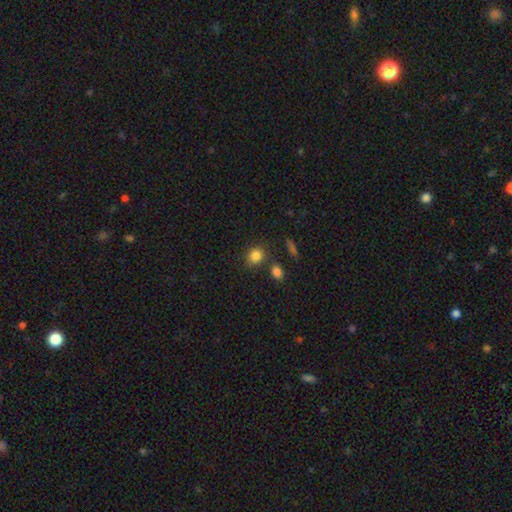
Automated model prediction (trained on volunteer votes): smooth-or-featured: smooth: 84% | star or artifact: 11% | featured or disk: 5%
  how-rounded: round: 74% | in between: 25% | cigar-shaped: 1%
  merging: none: 76% | minor disturbance: 11% | merger: 9% | major disturbance: 4%